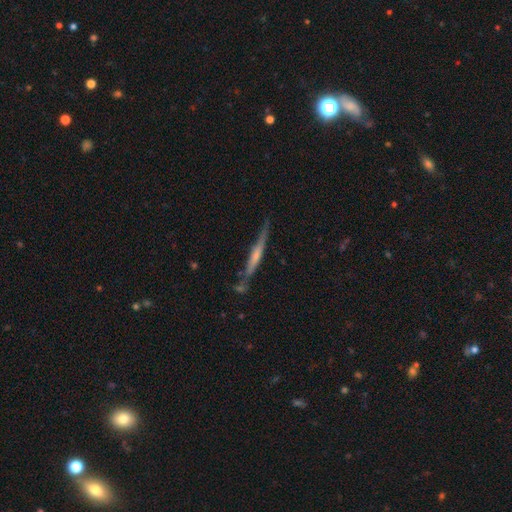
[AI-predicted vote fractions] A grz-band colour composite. It shows a featured or disk galaxy (63%) viewed edge-on (95%) with a rounded central bulge (43%, tied with none). Merging: none (70%).